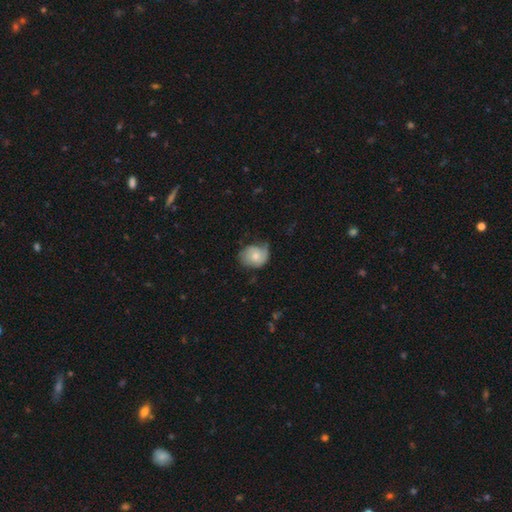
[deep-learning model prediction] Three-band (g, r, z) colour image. It shows a smooth galaxy with no disk features (53%) that is round (58%). Merging: none (48%).